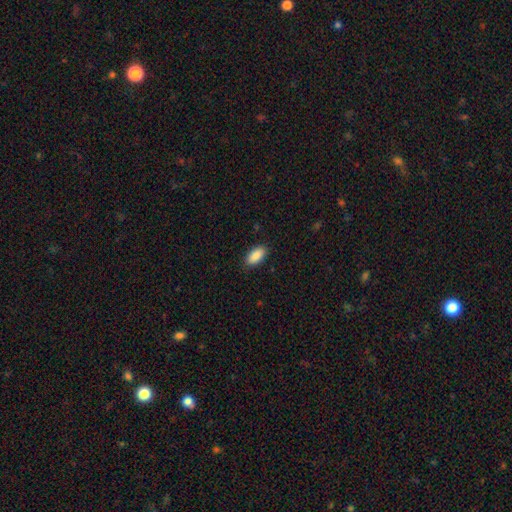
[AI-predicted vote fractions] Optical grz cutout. It shows a smooth galaxy with no disk features (90%) that is in between round and cigar-shaped (93%). Merging: none (88%).